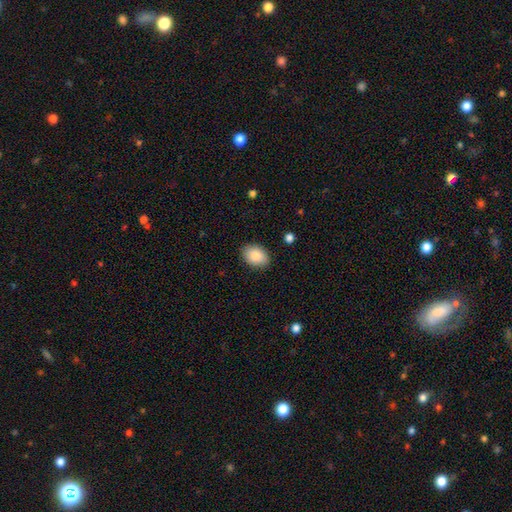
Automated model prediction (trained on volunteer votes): Smooth or featured? Predicted: smooth (p=0.87). How rounded? Predicted: in between (p=0.79). Merging? Predicted: none (p=0.87).